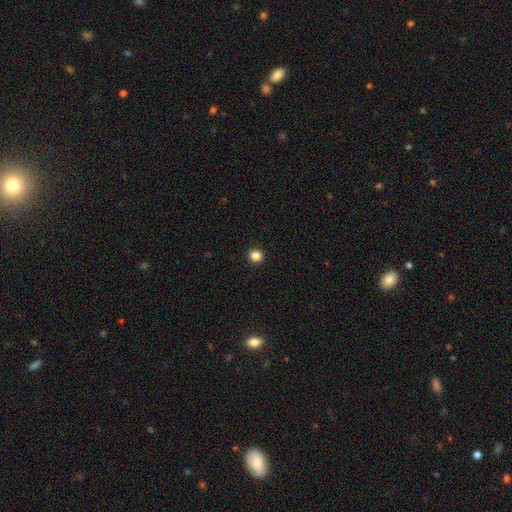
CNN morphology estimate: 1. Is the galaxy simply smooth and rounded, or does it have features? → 85% smooth, 12% star or artifact, 4% featured or disk.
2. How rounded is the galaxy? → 84% round, 15% in between, 1% cigar-shaped.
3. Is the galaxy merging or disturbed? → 92% none, 5% minor disturbance, 2% major disturbance, 1% merger.